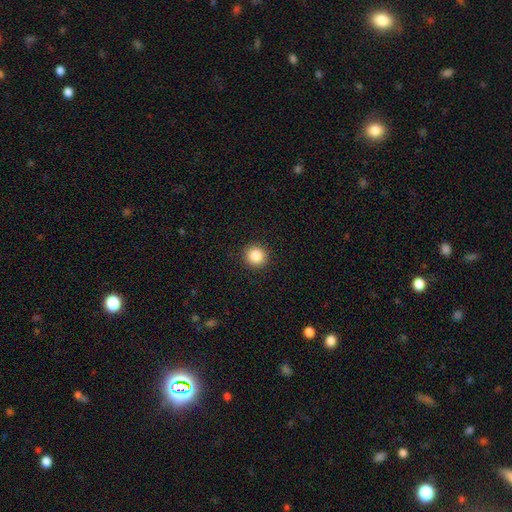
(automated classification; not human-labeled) The model was most divided on "smooth or featured": smooth: 86%, star or artifact: 10%, featured or disk: 4%. More confident: how rounded — round (94%); merging — none (92%).